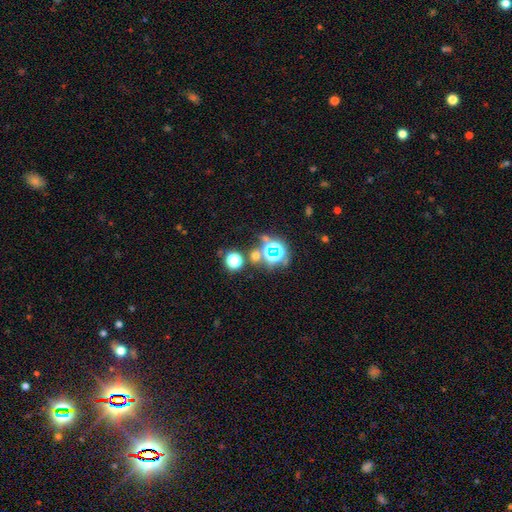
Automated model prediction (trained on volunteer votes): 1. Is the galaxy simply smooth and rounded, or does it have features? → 59% star or artifact, 32% smooth, 9% featured or disk.